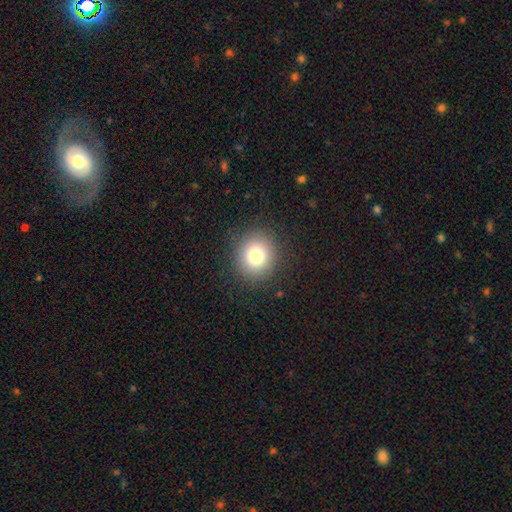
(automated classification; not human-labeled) A smooth galaxy with no disk features (79%) that is round (89%).

Vote fractions:
- Smooth or featured? smooth: 79% / star or artifact: 12% / featured or disk: 9%
- How rounded? round: 89% / in between: 10% / cigar-shaped: 1%
- Merging? none: 89% / minor disturbance: 7% / major disturbance: 3% / merger: 1%